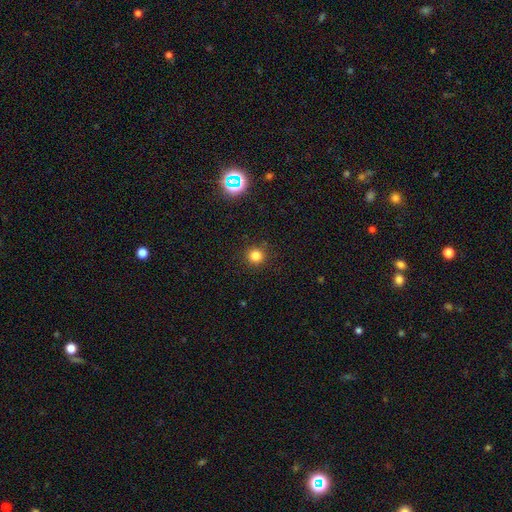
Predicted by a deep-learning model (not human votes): The model was most divided on "smooth or featured": smooth: 80%, star or artifact: 15%, featured or disk: 4%. More confident: how rounded — round (94%); merging — none (90%).